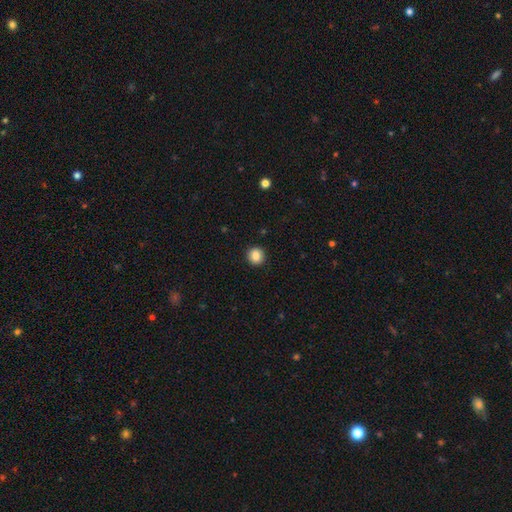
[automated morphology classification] The model was most divided on "smooth or featured": smooth: 86%, star or artifact: 9%, featured or disk: 5%. More confident: merging — none (91%); how rounded — round (89%).